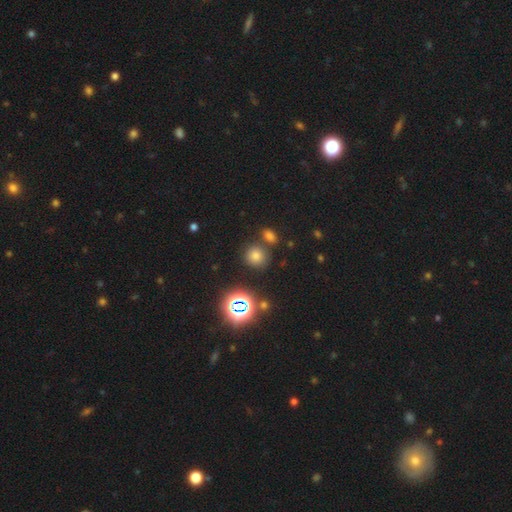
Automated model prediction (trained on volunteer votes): Smooth or featured? Predicted: smooth (p=0.70). How rounded? Predicted: round (p=0.85). Merging? Predicted: none (p=0.76).